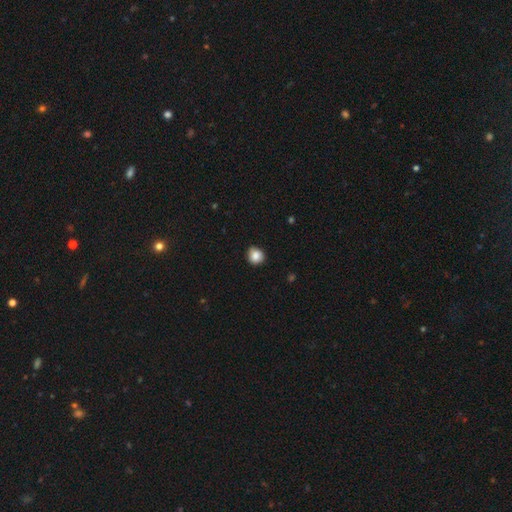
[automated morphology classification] Smooth or featured? smooth (86%)
How rounded? round (84%)
Merging? none (82%)